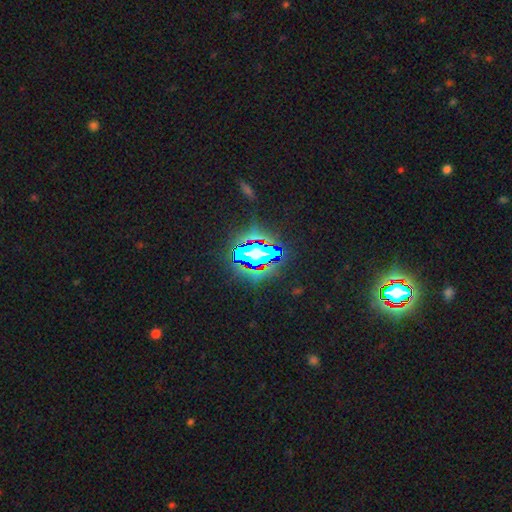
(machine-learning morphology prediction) Smooth or featured?
  - star or artifact: 70% *
  - smooth: 17%
  - featured or disk: 13%